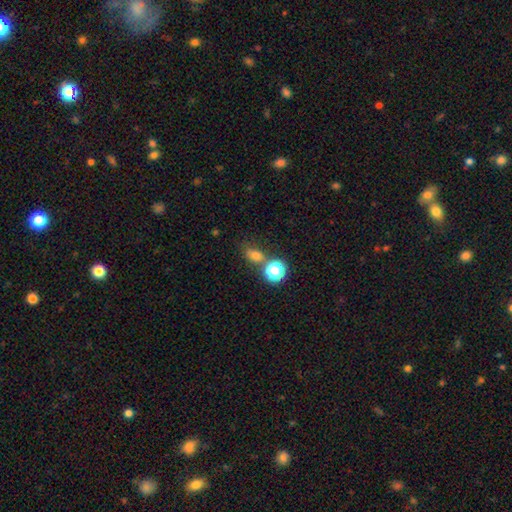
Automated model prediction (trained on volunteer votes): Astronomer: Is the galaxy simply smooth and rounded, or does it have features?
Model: smooth — 70%.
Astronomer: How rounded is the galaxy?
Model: in between — 58% (runner-up: round, 39%).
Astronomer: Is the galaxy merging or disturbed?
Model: none — 57%.